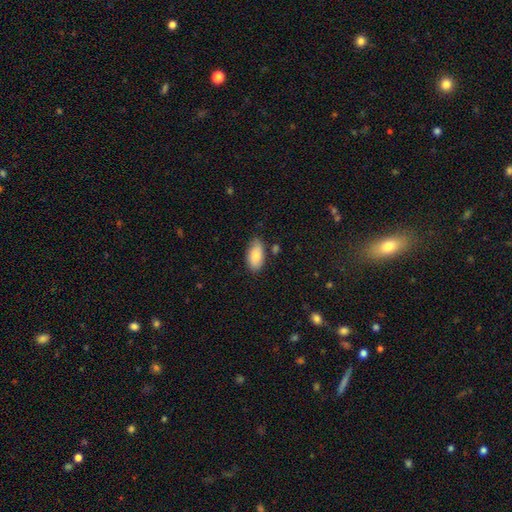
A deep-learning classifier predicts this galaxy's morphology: Smooth or featured? smooth (83%)
How rounded? in between (94%)
Merging? none (75%)